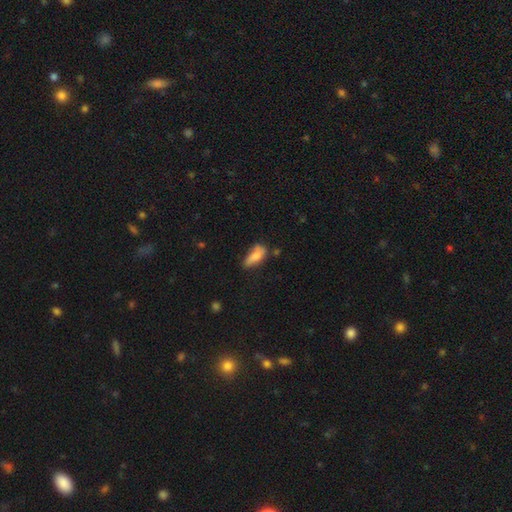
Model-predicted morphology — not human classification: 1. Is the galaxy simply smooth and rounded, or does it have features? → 73% smooth, 19% featured or disk, 8% star or artifact.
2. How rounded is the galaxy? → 78% in between, 19% cigar-shaped, 3% round.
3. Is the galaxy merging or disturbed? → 43% none, 36% minor disturbance, 13% major disturbance, 8% merger.